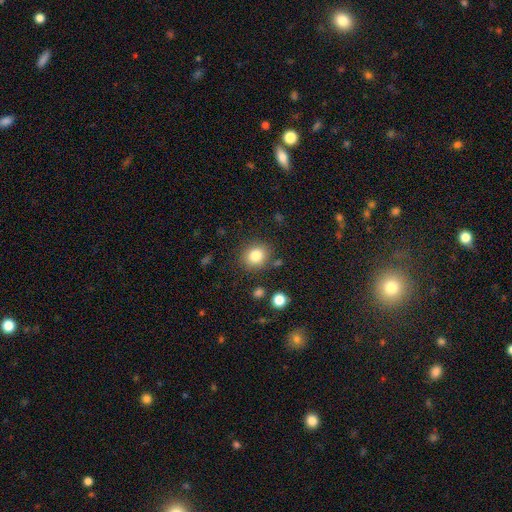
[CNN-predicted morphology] Smooth or featured?
  - smooth: 82% *
  - star or artifact: 11%
  - featured or disk: 7%
How rounded?
  - round: 77% *
  - in between: 22%
  - cigar-shaped: 1%
Merging?
  - none: 83% *
  - minor disturbance: 10%
  - merger: 4%
  - major disturbance: 3%